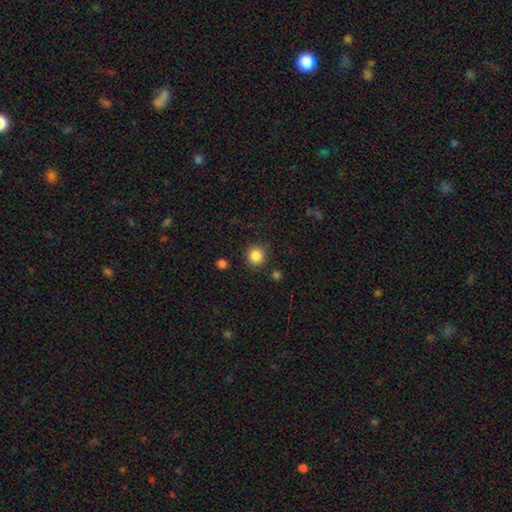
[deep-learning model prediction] Smooth or featured?
  - smooth: 86% *
  - star or artifact: 10%
  - featured or disk: 4%
How rounded?
  - round: 94% *
  - in between: 5%
  - cigar-shaped: 1%
Merging?
  - none: 89% *
  - minor disturbance: 6%
  - major disturbance: 2%
  - merger: 2%